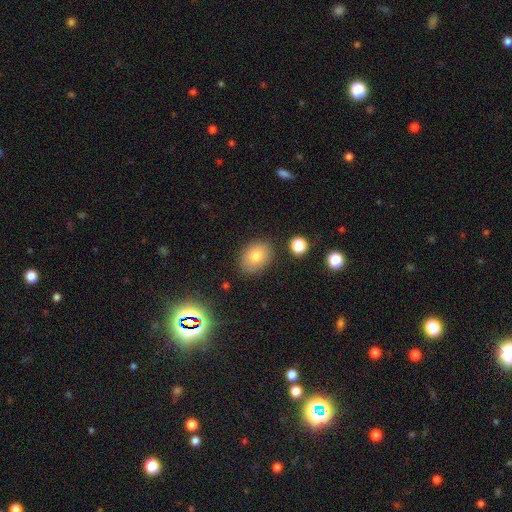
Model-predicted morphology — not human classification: smooth 79%, featured or disk 12%, star or artifact 10%. Down the decision tree: how rounded — in between (70%); merging — none (84%).